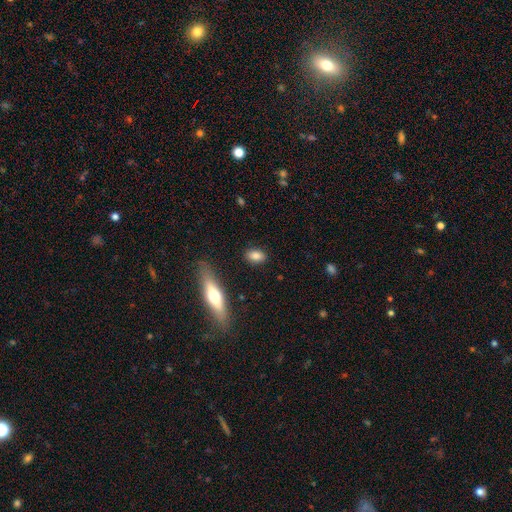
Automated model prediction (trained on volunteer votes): Smooth or featured?
  - smooth: 83% *
  - featured or disk: 9%
  - star or artifact: 7%
How rounded?
  - in between: 82% *
  - round: 11%
  - cigar-shaped: 7%
Merging?
  - none: 87% *
  - minor disturbance: 9%
  - major disturbance: 3%
  - merger: 2%